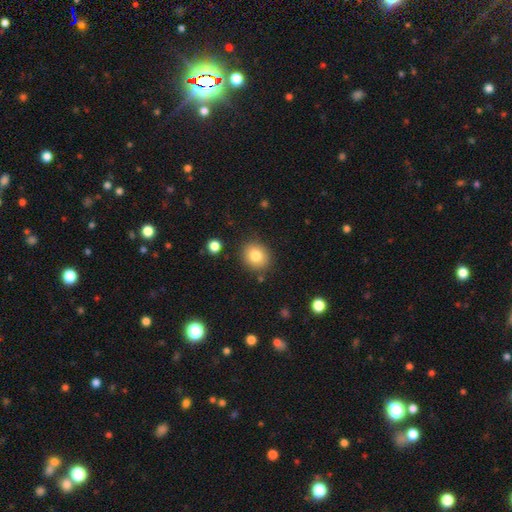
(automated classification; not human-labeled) Morphology: type=smooth (81%); roundness=round (74%); merging=none (84%).